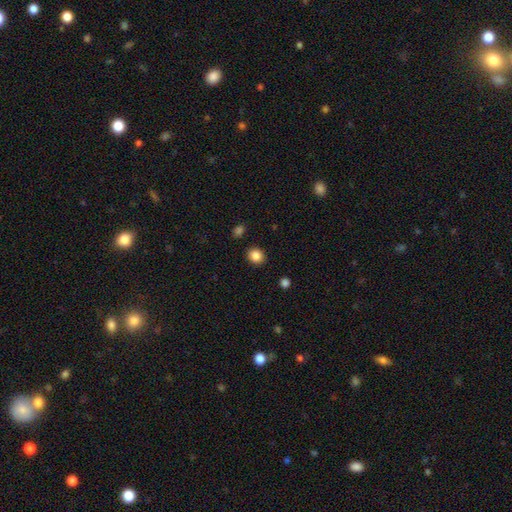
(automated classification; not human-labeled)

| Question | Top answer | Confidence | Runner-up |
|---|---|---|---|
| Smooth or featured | smooth | 86% | star or artifact (10%) |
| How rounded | round | 72% | in between (27%) |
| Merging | none | 89% | minor disturbance (7%) |